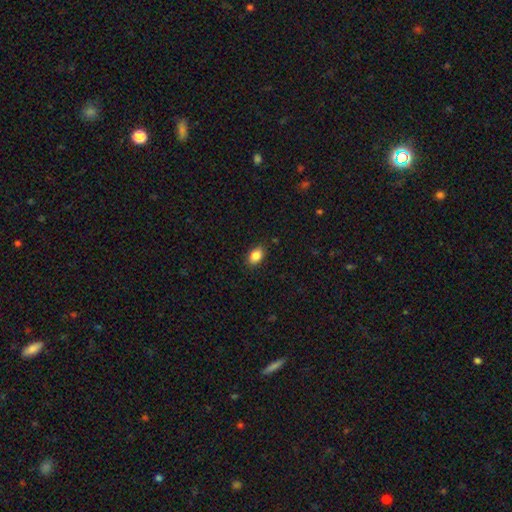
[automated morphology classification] Smooth or featured? smooth (86%)
How rounded? in between (83%)
Merging? none (86%)